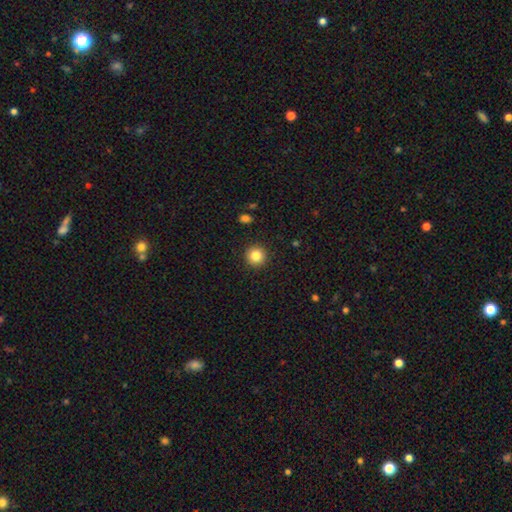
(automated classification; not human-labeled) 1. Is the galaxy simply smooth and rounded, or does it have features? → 84% smooth, 10% star or artifact, 5% featured or disk.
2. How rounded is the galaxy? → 95% round, 4% in between, 1% cigar-shaped.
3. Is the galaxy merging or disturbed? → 93% none, 5% minor disturbance, 2% major disturbance, 1% merger.